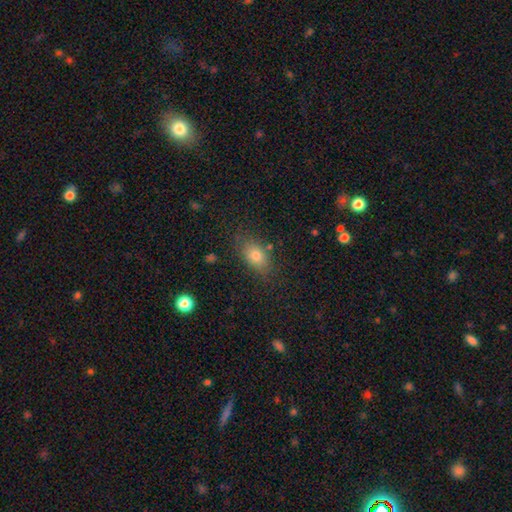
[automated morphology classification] smooth 78%, featured or disk 11%, star or artifact 11%. Down the decision tree: how rounded — in between (81%); merging — none (79%).